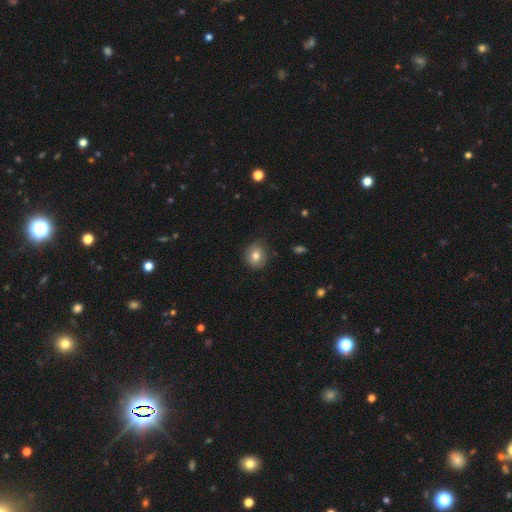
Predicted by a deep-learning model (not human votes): A smooth galaxy with no disk features (71%) that is round (75%). Merging: none (76%).